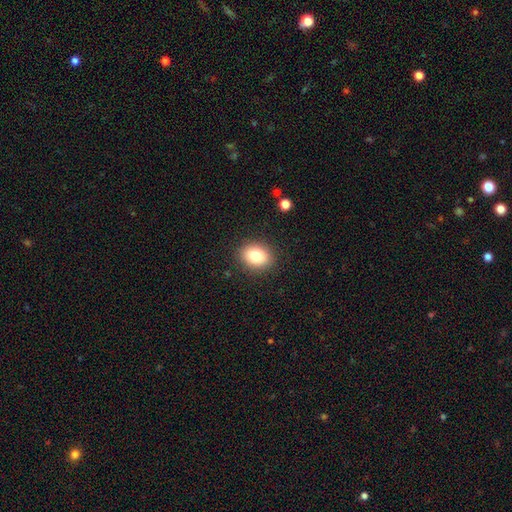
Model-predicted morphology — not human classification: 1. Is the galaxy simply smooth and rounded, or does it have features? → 82% smooth, 10% star or artifact, 9% featured or disk.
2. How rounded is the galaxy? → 59% in between, 40% round, 1% cigar-shaped.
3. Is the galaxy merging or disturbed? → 88% none, 8% minor disturbance, 3% major disturbance, 1% merger.